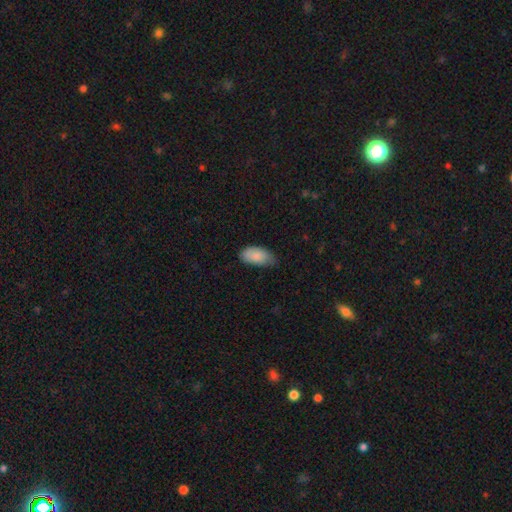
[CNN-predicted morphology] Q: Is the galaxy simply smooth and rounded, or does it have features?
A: smooth — 84%.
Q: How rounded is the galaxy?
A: in between — 94%.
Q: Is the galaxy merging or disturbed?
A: none — 58%.